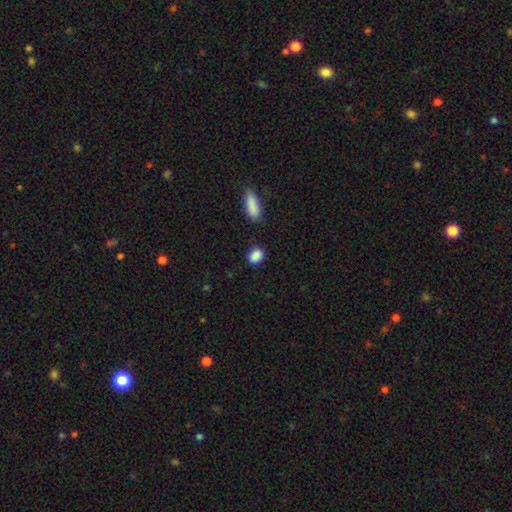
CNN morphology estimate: Smooth or featured?
  - smooth: 88% *
  - star or artifact: 8%
  - featured or disk: 4%
How rounded?
  - in between: 65% *
  - round: 32%
  - cigar-shaped: 2%
Merging?
  - none: 80% *
  - minor disturbance: 13%
  - merger: 4%
  - major disturbance: 3%